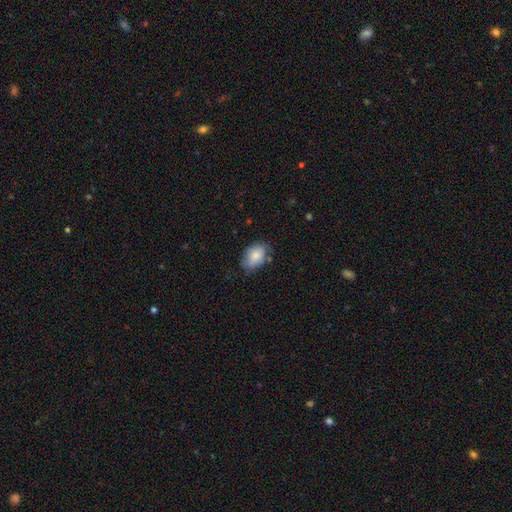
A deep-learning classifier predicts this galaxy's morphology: Overall: smooth (74%). How rounded: in between (85%). Merging: none (60%; minor disturbance 30%).